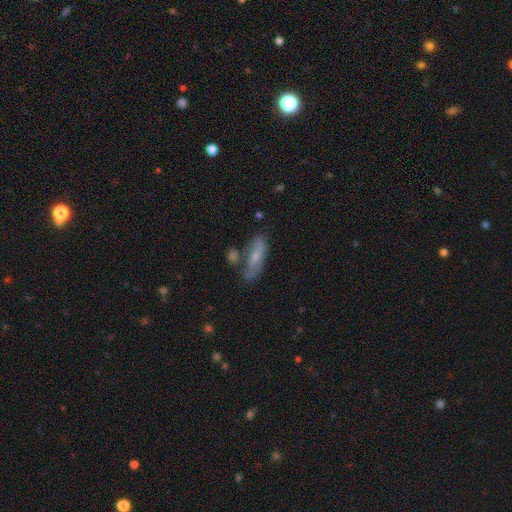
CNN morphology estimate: Q: Smooth or featured?
A: smooth (57%); runner-up: featured or disk (34%)
Q: How rounded?
A: in between (52%); runner-up: cigar-shaped (45%)
Q: Merging?
A: none (57%); runner-up: minor disturbance (22%)